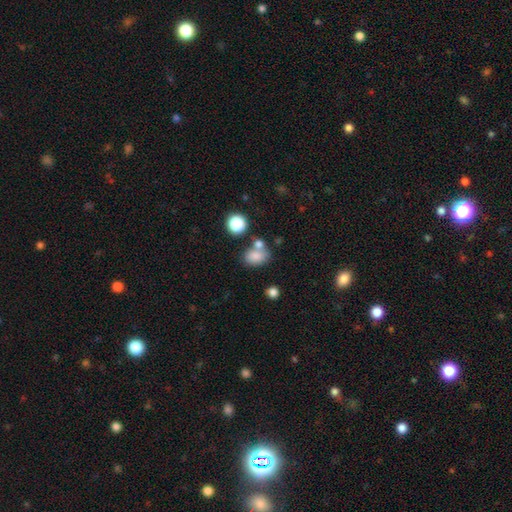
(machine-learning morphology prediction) smooth-or-featured: smooth: 79% | star or artifact: 11% | featured or disk: 9%
  how-rounded: in between: 68% | round: 30% | cigar-shaped: 1%
  merging: none: 56% | merger: 24% | minor disturbance: 15% | major disturbance: 6%